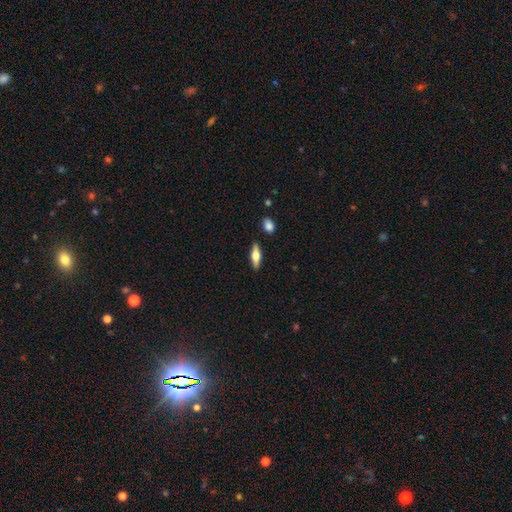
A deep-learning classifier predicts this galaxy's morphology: A smooth galaxy with no disk features (47%, tied with featured or disk). Merging: none (87%).